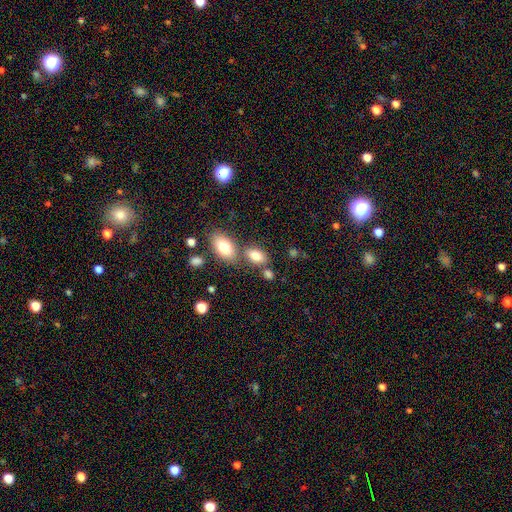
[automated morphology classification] This is clearly a smooth galaxy (81%). How rounded: clearly in between (89%). Merging: possibly none (57%).